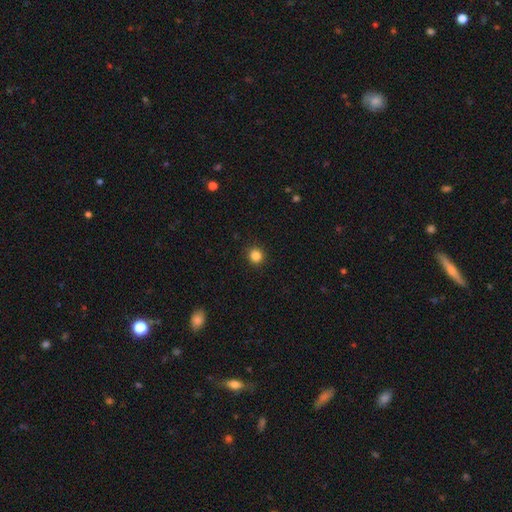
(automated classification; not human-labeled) Smooth or featured?
  - smooth: 86% *
  - star or artifact: 11%
  - featured or disk: 3%
How rounded?
  - round: 91% *
  - in between: 8%
  - cigar-shaped: 1%
Merging?
  - none: 92% *
  - minor disturbance: 5%
  - major disturbance: 2%
  - merger: 1%